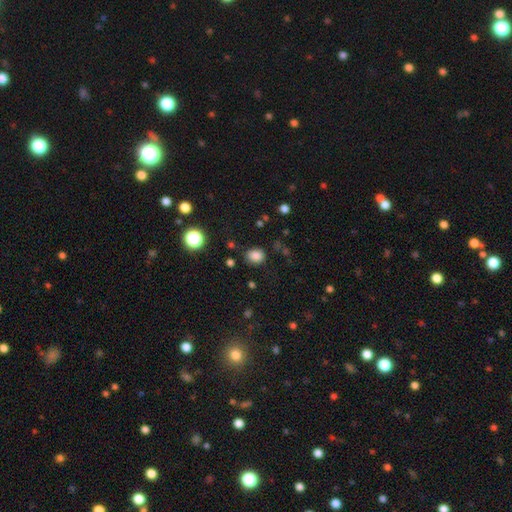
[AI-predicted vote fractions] Morphology: type=smooth (82%); roundness=round (56%); merging=none (81%).